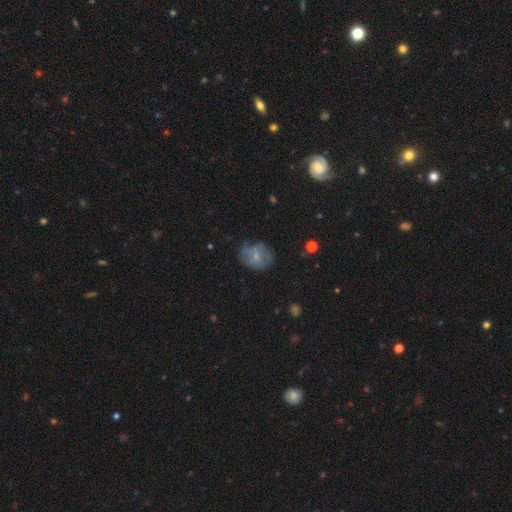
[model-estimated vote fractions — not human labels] smooth-or-featured: smooth: 51% | featured or disk: 39% | star or artifact: 10%
  how-rounded: round: 50% | in between: 49% | cigar-shaped: 1%
  merging: none: 56% | minor disturbance: 27% | major disturbance: 15% | merger: 2%